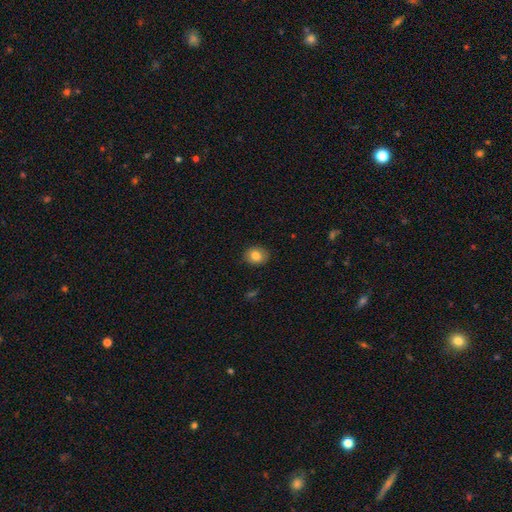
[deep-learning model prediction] Q: Smooth or featured?
A: smooth (82%); runner-up: star or artifact (9%)
Q: How rounded?
A: round (55%); runner-up: in between (44%)
Q: Merging?
A: none (85%); runner-up: minor disturbance (12%)